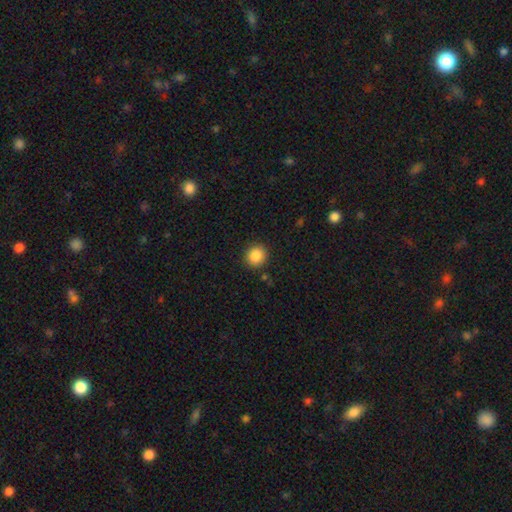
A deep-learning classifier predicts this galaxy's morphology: type=smooth (87%); roundness=round (89%); merging=none (90%).